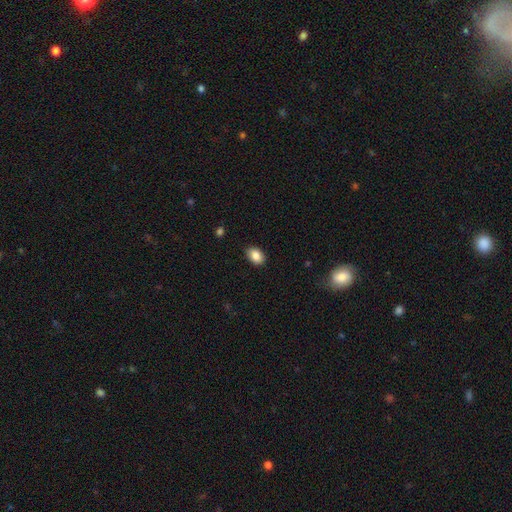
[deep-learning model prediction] smooth_or_featured: smooth (p=0.86) [alt: star or artifact p=0.08]
how_rounded: in between (p=0.83) [alt: round p=0.16]
merging: none (p=0.86) [alt: minor disturbance p=0.11]